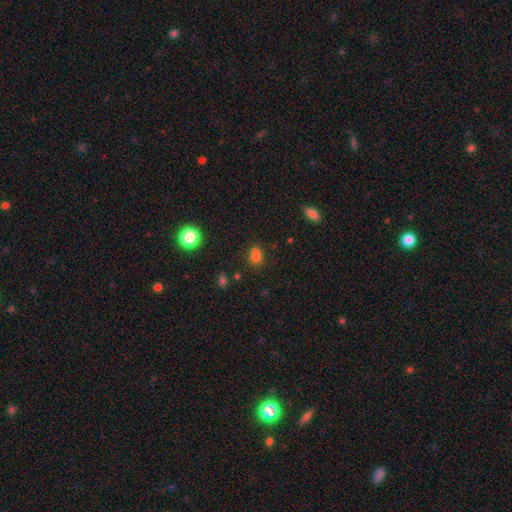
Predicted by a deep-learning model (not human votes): smooth_or_featured: smooth (p=0.72) [alt: star or artifact p=0.19]
how_rounded: in between (p=0.50) [alt: round p=0.48]
merging: none (p=0.49) [alt: merger p=0.33]